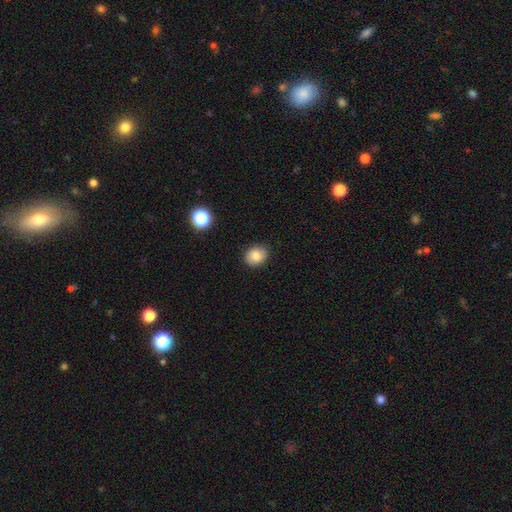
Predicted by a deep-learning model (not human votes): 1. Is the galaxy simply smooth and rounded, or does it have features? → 81% smooth, 10% star or artifact, 9% featured or disk.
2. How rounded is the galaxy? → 57% round, 42% in between, 1% cigar-shaped.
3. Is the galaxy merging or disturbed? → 87% none, 10% minor disturbance, 2% major disturbance, 1% merger.